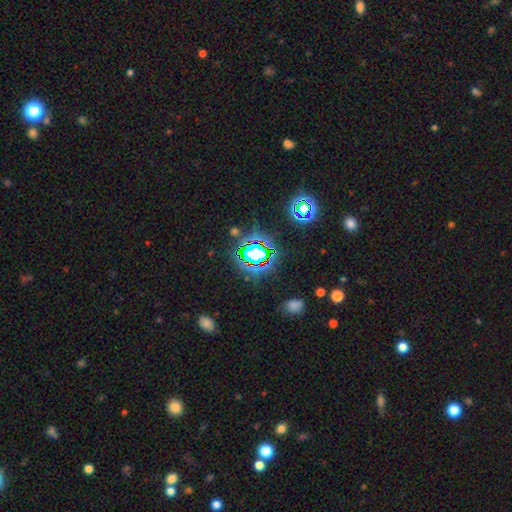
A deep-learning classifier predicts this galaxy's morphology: A star or artifact, not a galaxy (73%).